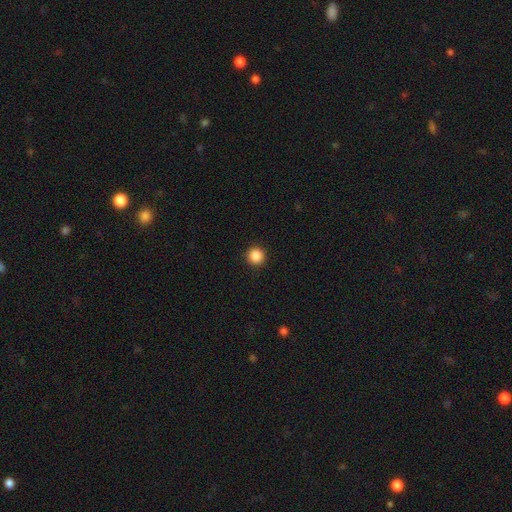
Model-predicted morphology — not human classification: type=smooth (88%); roundness=round (96%); merging=none (93%).